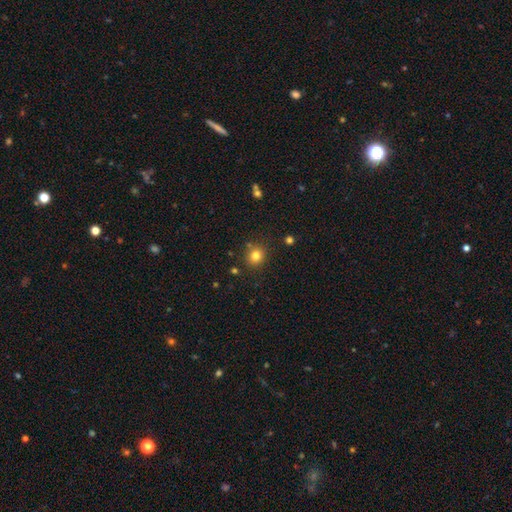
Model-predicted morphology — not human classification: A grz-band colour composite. It shows a smooth galaxy with no disk features (80%) that is round (89%). Merging: none (85%).